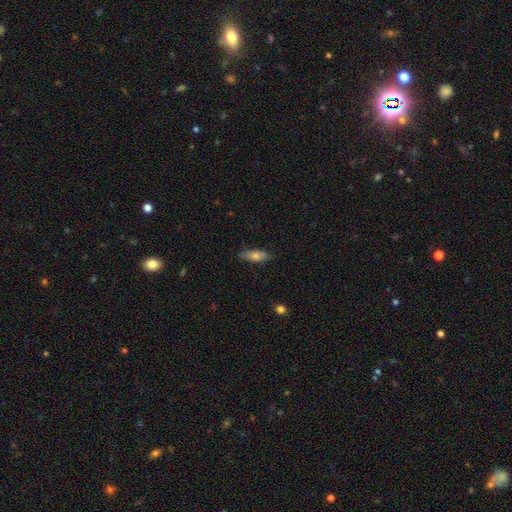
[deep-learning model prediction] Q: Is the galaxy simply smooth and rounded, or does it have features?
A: smooth — 69%.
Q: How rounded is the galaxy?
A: in between — 49%, tied with cigar-shaped.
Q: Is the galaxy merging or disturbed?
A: none — 84%.